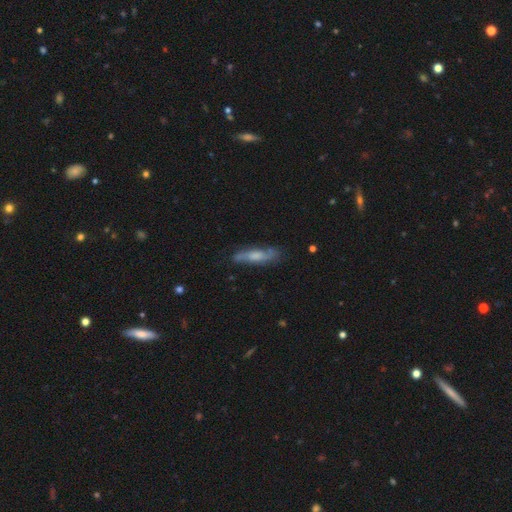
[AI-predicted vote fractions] Smooth or featured: featured or disk — 50% (smooth — 42%)
Edge-on disk: yes — 55% (no — 45%)
Merging: none — 73% (minor disturbance — 20%)